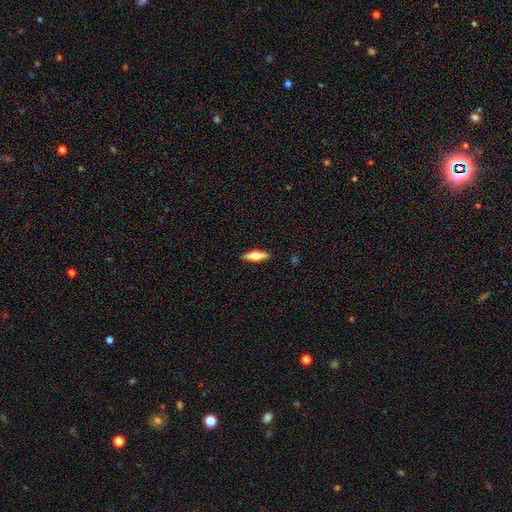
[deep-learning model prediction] Smooth or featured? featured or disk (49%)
Merging? none (90%)